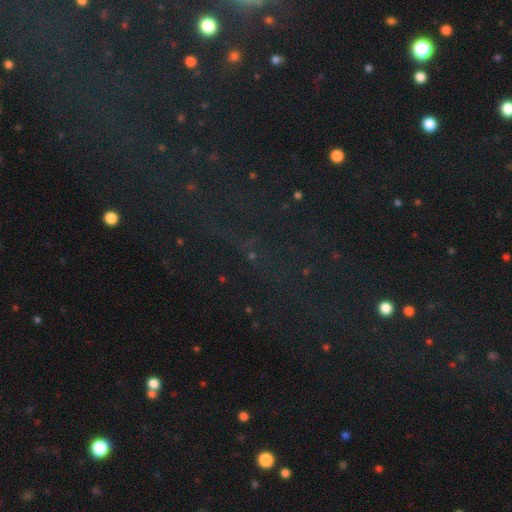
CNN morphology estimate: Smooth or featured?
  - star or artifact: 73% *
  - smooth: 16%
  - featured or disk: 10%